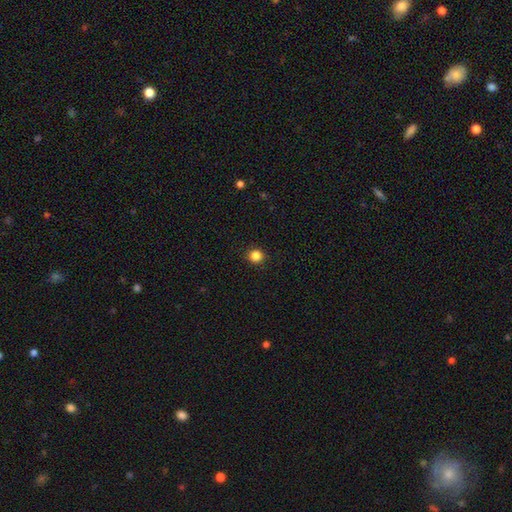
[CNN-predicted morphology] Smooth or featured: smooth — 85% (star or artifact — 12%)
How rounded: round — 93% (in between — 6%)
Merging: none — 92% (minor disturbance — 5%)